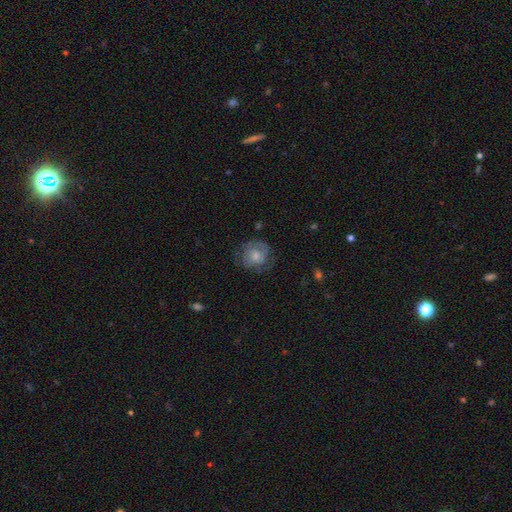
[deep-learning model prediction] Q: Smooth or featured?
A: smooth (47%); runner-up: featured or disk (46%)
Q: Merging?
A: none (64%); runner-up: minor disturbance (22%)